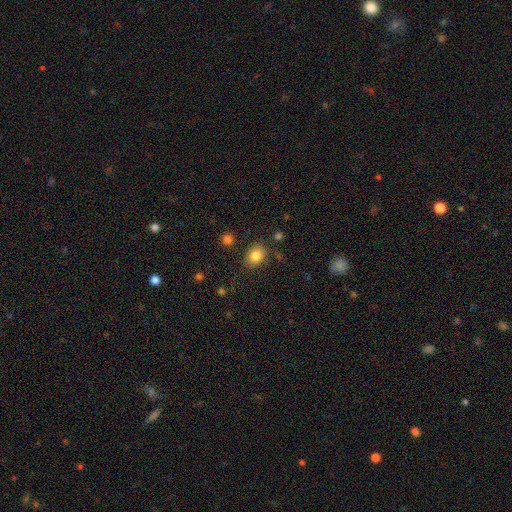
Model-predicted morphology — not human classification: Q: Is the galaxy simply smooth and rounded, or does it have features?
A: smooth — 83%.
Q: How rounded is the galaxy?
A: in between — 57%.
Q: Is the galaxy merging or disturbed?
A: none — 81%.